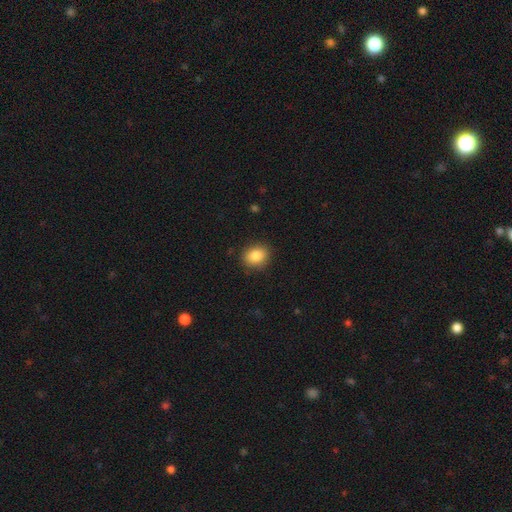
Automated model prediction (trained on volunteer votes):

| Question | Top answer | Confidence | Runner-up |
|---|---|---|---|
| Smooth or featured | smooth | 85% | star or artifact (9%) |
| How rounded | round | 63% | in between (36%) |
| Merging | none | 88% | minor disturbance (8%) |